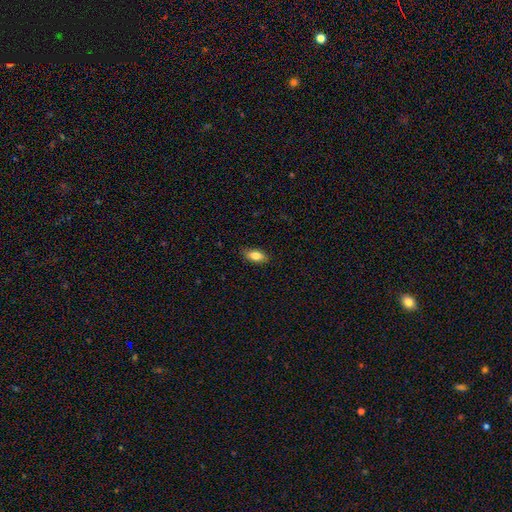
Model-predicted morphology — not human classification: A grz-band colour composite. It shows a smooth galaxy with no disk features (77%) that is in between round and cigar-shaped (83%). Merging: none (86%).